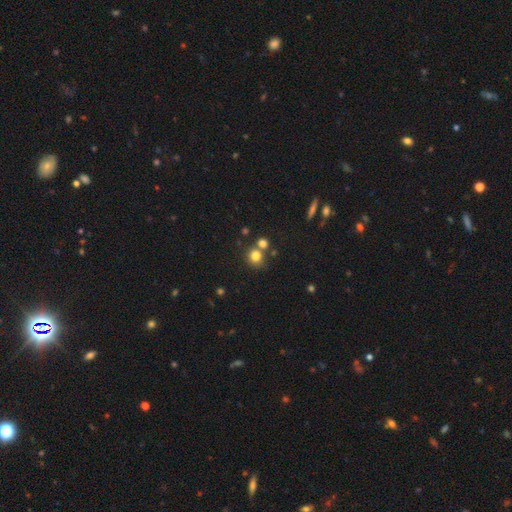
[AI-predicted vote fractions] A smooth galaxy with no disk features (78%) that is round (86%).

Vote fractions:
- Smooth or featured? smooth: 78% / star or artifact: 14% / featured or disk: 8%
- How rounded? round: 86% / in between: 13% / cigar-shaped: 1%
- Merging? none: 62% / merger: 25% / minor disturbance: 9% / major disturbance: 4%